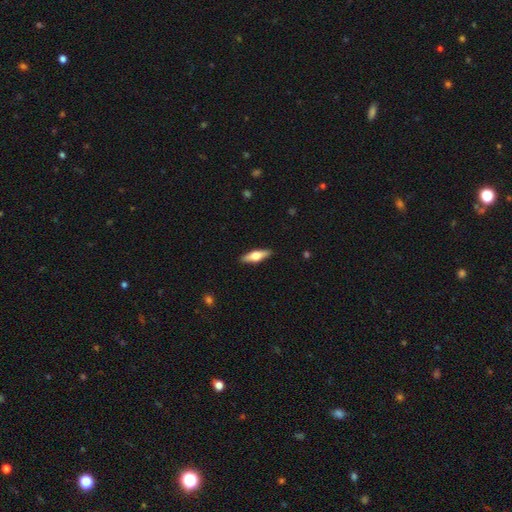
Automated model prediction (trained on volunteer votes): Smooth or featured? Predicted: featured or disk (p=0.48). Merging? Predicted: none (p=0.90).